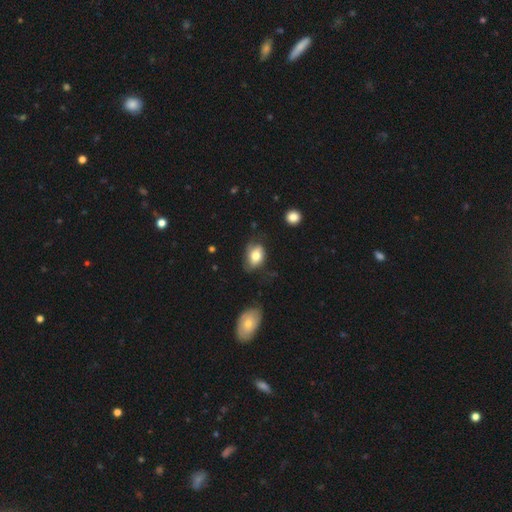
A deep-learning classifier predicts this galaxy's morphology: The model was most divided on "merging": none: 47%, minor disturbance: 34%, major disturbance: 15%, merger: 3%. More confident: how rounded — in between (76%); smooth or featured — smooth (68%).